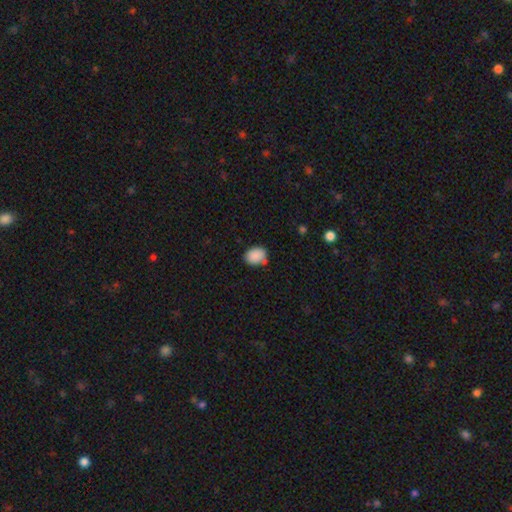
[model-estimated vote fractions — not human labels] A smooth galaxy with no disk features (89%) that is in between round and cigar-shaped (63%). Merging: none (72%).